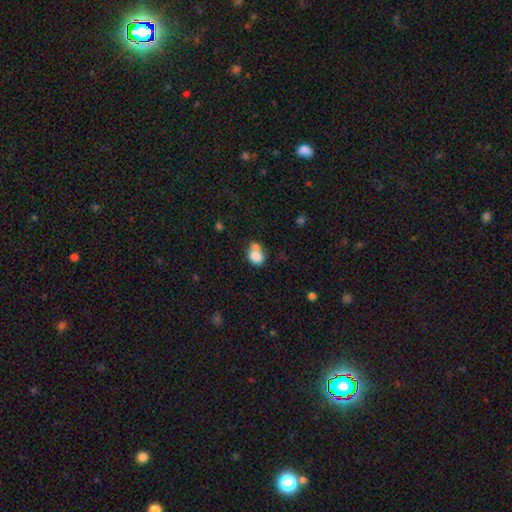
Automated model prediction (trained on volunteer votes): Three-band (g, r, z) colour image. It shows a smooth galaxy with no disk features (79%) that is in between round and cigar-shaped (53%). Merging: merger (51%).